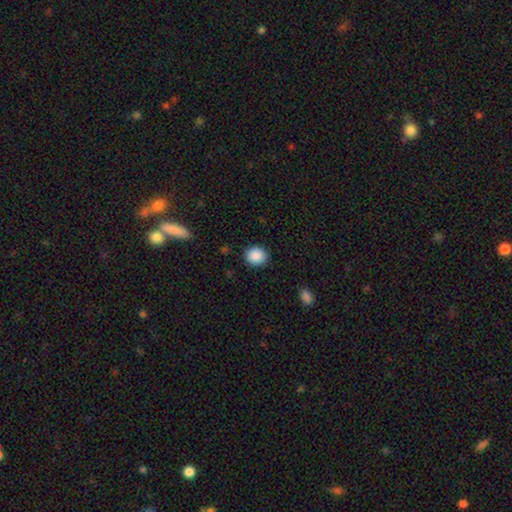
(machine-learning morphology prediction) type=smooth (89%); roundness=round (79%); merging=none (89%).